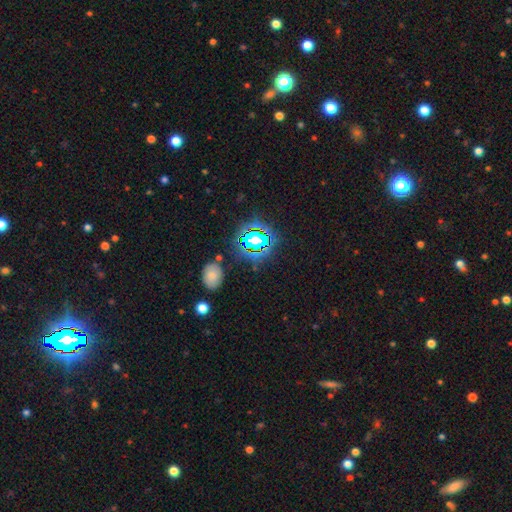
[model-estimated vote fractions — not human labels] star or artifact 77%, smooth 15%, featured or disk 8%.